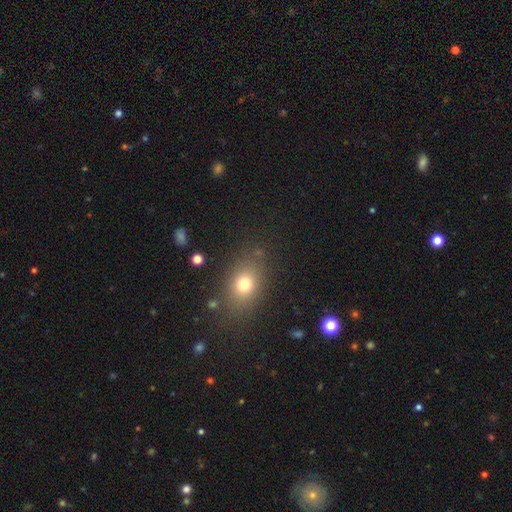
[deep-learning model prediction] Smooth or featured? Predicted: smooth (p=0.68). How rounded? Predicted: in between (p=0.63). Merging? Predicted: none (p=0.84).